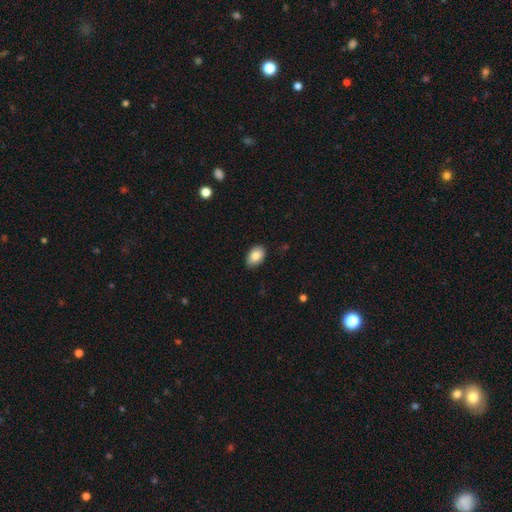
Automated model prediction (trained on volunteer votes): This appears to be a smooth galaxy with no disk features (86%) that is in between round and cigar-shaped (90%). Merging: none (83%).